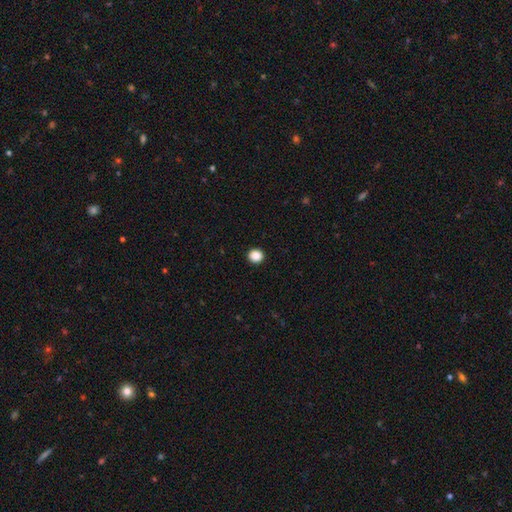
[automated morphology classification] smooth_or_featured: smooth (p=0.88) [alt: star or artifact p=0.10]
how_rounded: round (p=0.88) [alt: in between p=0.11]
merging: none (p=0.93) [alt: minor disturbance p=0.04]